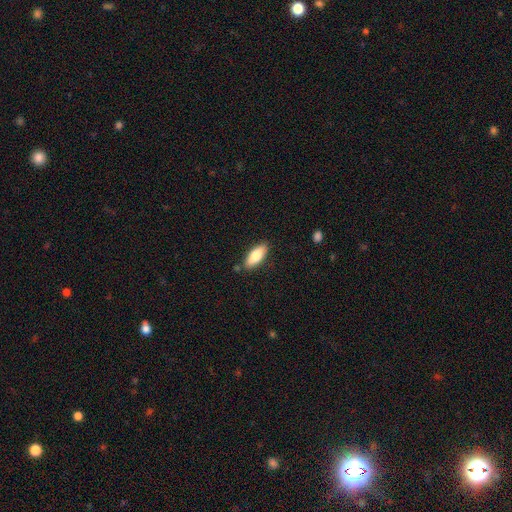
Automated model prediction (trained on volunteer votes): smooth-or-featured: smooth: 78% | featured or disk: 16% | star or artifact: 6%
  how-rounded: in between: 76% | cigar-shaped: 22% | round: 2%
  merging: none: 83% | minor disturbance: 12% | merger: 3% | major disturbance: 2%